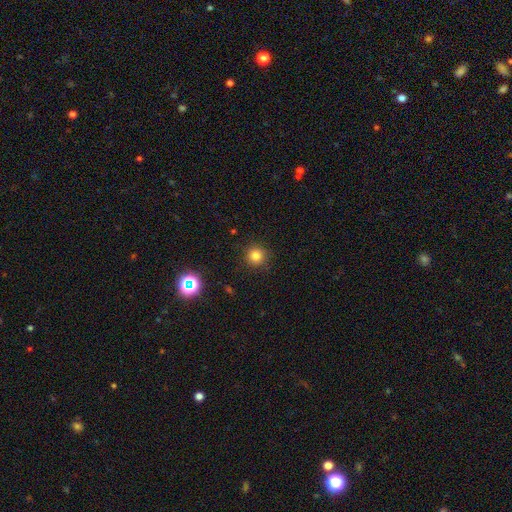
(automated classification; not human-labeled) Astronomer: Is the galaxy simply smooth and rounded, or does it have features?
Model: smooth — 80%.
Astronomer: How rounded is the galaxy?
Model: round — 95%.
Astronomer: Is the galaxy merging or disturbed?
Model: none — 89%.